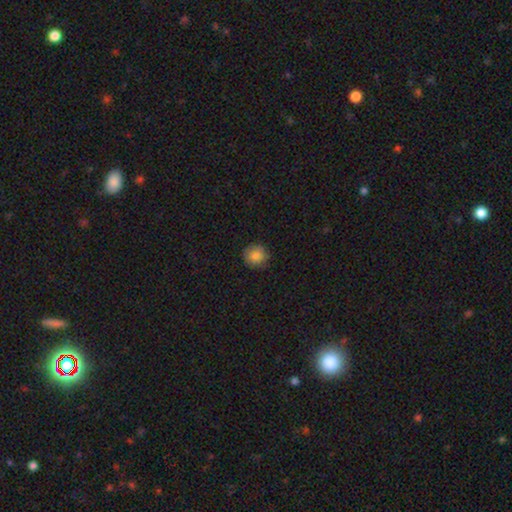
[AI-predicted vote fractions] A smooth galaxy with no disk features (84%) that is round (92%). Merging: none (87%).